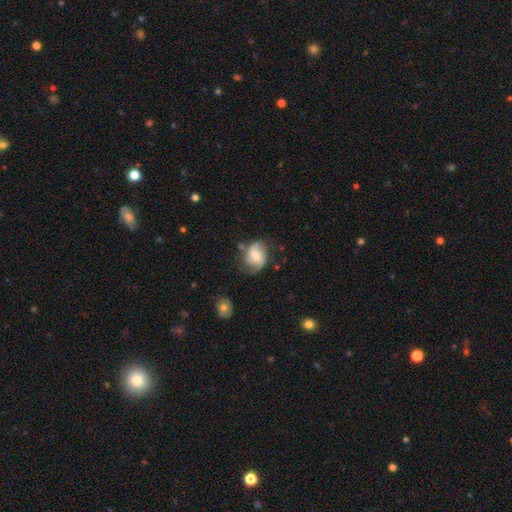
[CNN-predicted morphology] type=featured or disk (49%); merging=none (53%).